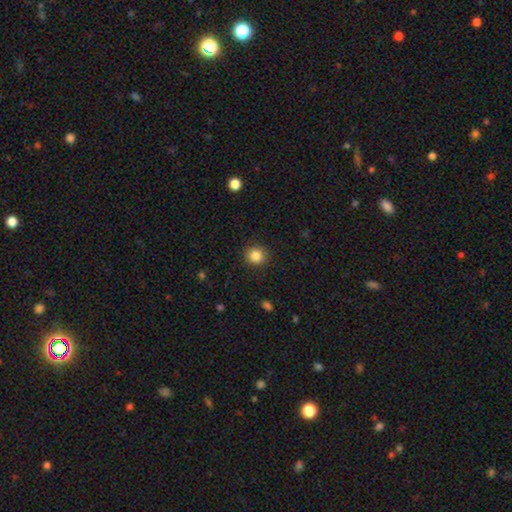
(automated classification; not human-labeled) Smooth or featured?
  - smooth: 86% *
  - star or artifact: 10%
  - featured or disk: 4%
How rounded?
  - round: 91% *
  - in between: 8%
  - cigar-shaped: 1%
Merging?
  - none: 89% *
  - minor disturbance: 7%
  - major disturbance: 2%
  - merger: 1%